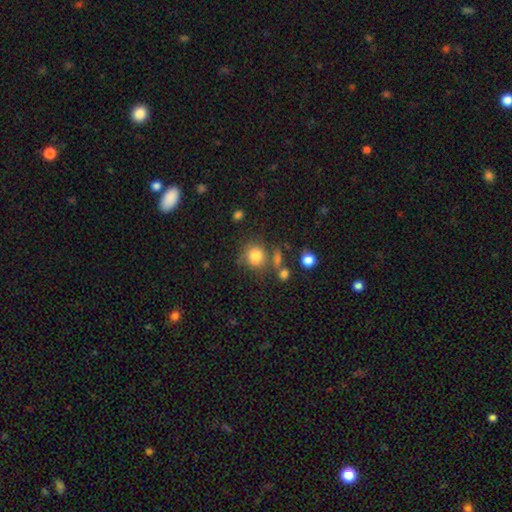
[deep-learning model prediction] Morphology: type=smooth (80%); roundness=round (83%); merging=none (61%).